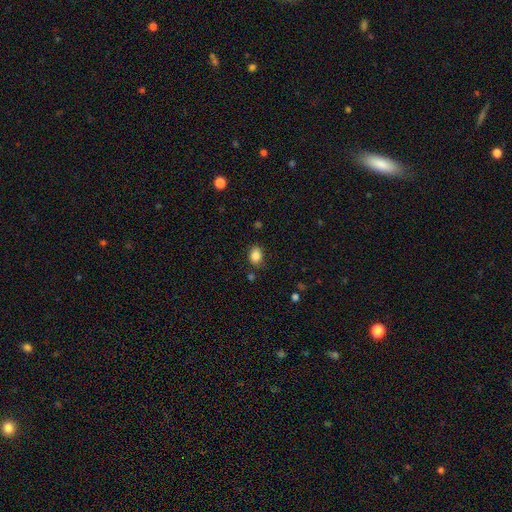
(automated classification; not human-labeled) Morphology: type=smooth (85%); roundness=in between (62%); merging=none (81%).